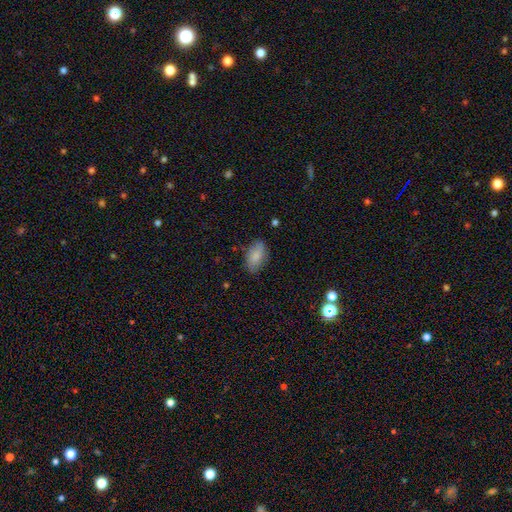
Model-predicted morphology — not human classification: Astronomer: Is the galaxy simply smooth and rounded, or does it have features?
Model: smooth — 83%.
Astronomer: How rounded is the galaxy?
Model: in between — 93%.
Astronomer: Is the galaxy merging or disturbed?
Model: none — 80%.